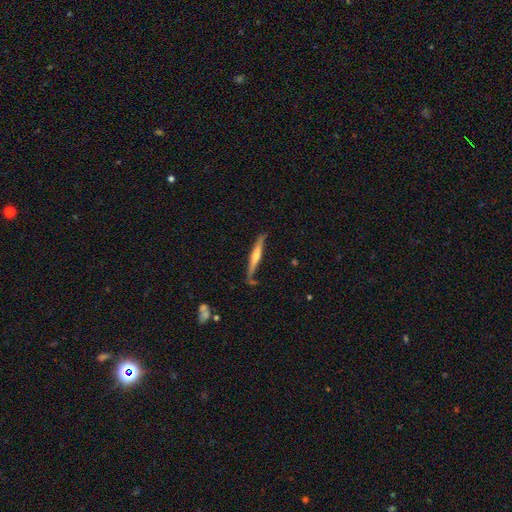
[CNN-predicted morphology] type=featured or disk (66%); edge-on=yes (96%); edge-on bulge=rounded (78%); merging=none (79%).